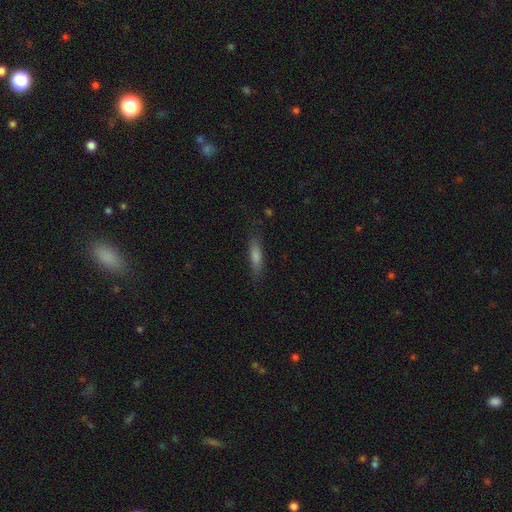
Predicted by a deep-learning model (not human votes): Smooth or featured? smooth (63%)
How rounded? cigar-shaped (77%)
Merging? none (83%)